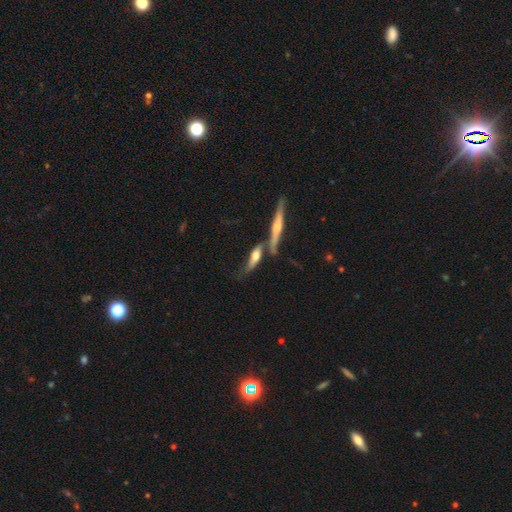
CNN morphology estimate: This appears to be a featured or disk galaxy (54%) viewed edge-on (80%). Merging: none (46%).